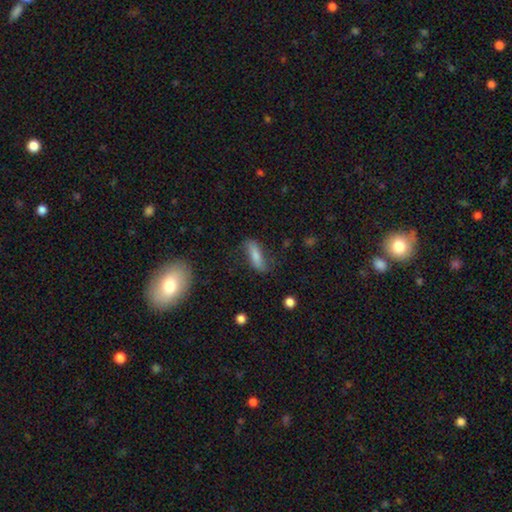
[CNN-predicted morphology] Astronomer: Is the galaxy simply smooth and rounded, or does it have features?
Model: smooth — 69%.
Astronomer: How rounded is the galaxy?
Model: in between — 54% (runner-up: cigar-shaped, 43%).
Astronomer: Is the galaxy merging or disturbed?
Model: none — 65%.